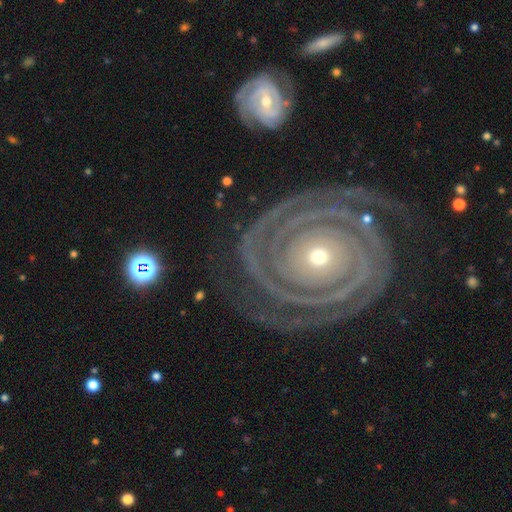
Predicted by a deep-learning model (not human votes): Q: Smooth or featured?
A: featured or disk (92%); runner-up: star or artifact (5%)
Q: Edge-on disk?
A: no (97%); runner-up: yes (3%)
Q: Bar?
A: no (80%); runner-up: weak (10%)
Q: Spiral arms?
A: yes (99%); runner-up: no (1%)
Q: Spiral winding?
A: tight (91%); runner-up: medium (8%)
Q: Spiral arm count?
A: 2 (67%); runner-up: 3 (11%)
Q: Bulge size?
A: small (64%); runner-up: moderate (32%)
Q: Merging?
A: none (81%); runner-up: minor disturbance (11%)